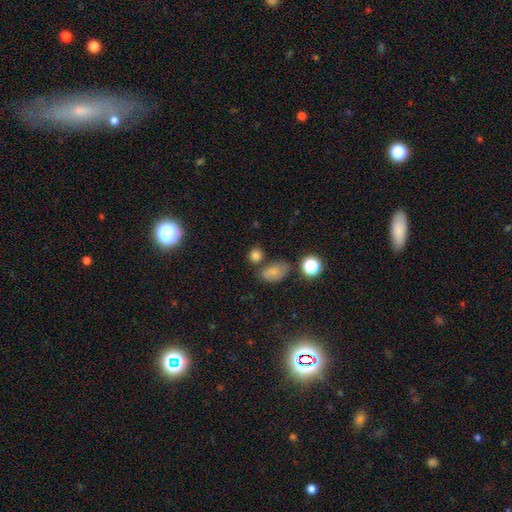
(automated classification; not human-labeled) This appears to be a smooth galaxy with no disk features (78%) that is round (64%). Merging: none (65%).